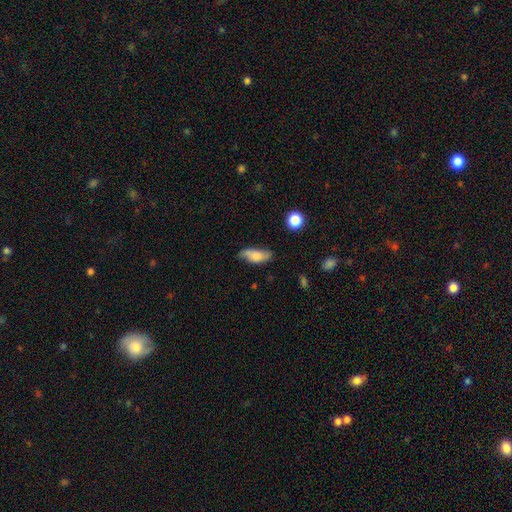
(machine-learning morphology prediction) Q: Smooth or featured?
A: smooth (67%); runner-up: featured or disk (25%)
Q: How rounded?
A: in between (77%); runner-up: cigar-shaped (20%)
Q: Merging?
A: none (60%); runner-up: minor disturbance (30%)